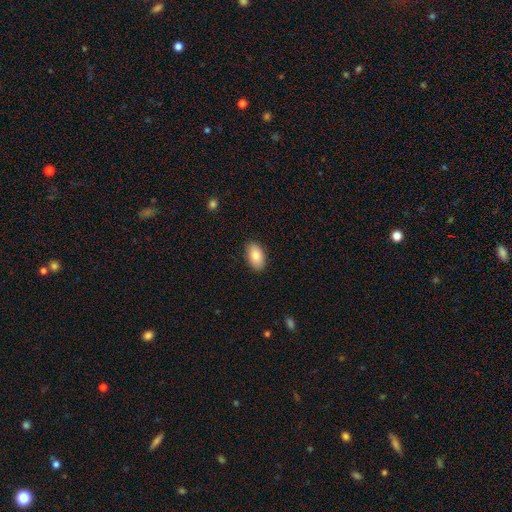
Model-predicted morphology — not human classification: Smooth or featured? Predicted: smooth (p=0.85). How rounded? Predicted: in between (p=0.94). Merging? Predicted: none (p=0.88).